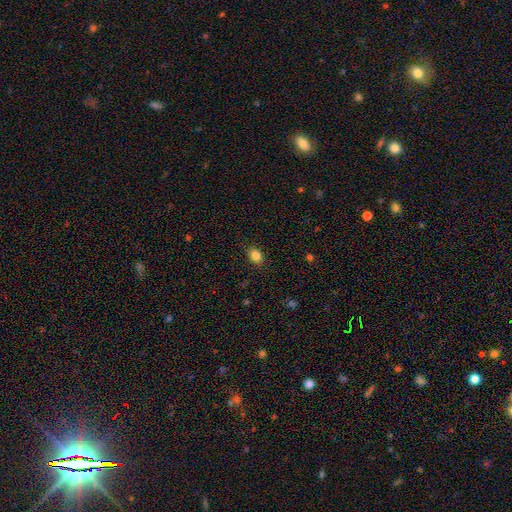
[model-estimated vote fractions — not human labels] smooth-or-featured: smooth: 84% | star or artifact: 10% | featured or disk: 5%
  how-rounded: in between: 66% | round: 33% | cigar-shaped: 1%
  merging: none: 87% | minor disturbance: 10% | major disturbance: 2% | merger: 1%